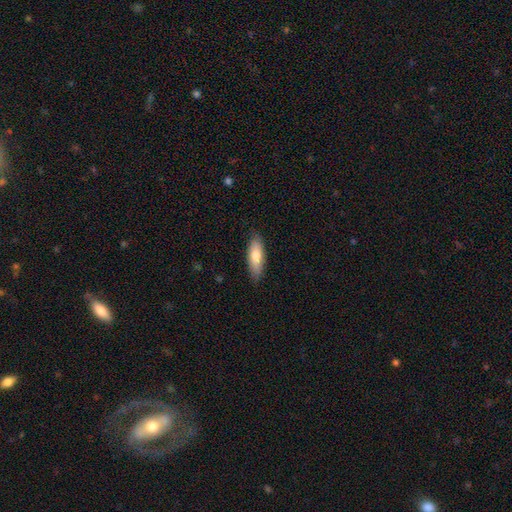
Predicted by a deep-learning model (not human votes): Smooth or featured: smooth — 76% (featured or disk — 18%)
How rounded: in between — 60% (cigar-shaped — 38%)
Merging: none — 84% (minor disturbance — 13%)